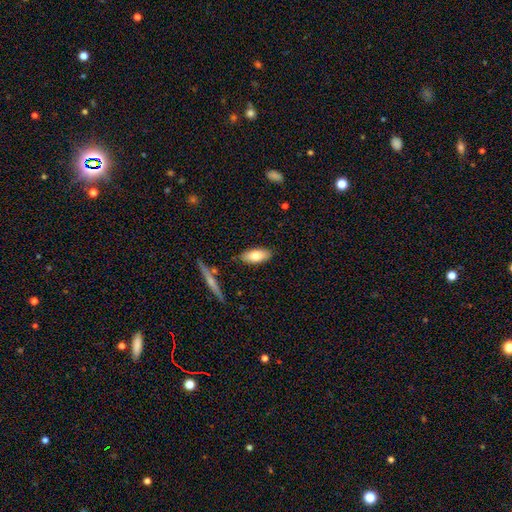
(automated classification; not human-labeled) Q: Smooth or featured?
A: smooth (77%); runner-up: featured or disk (16%)
Q: How rounded?
A: in between (85%); runner-up: cigar-shaped (13%)
Q: Merging?
A: none (85%); runner-up: minor disturbance (11%)